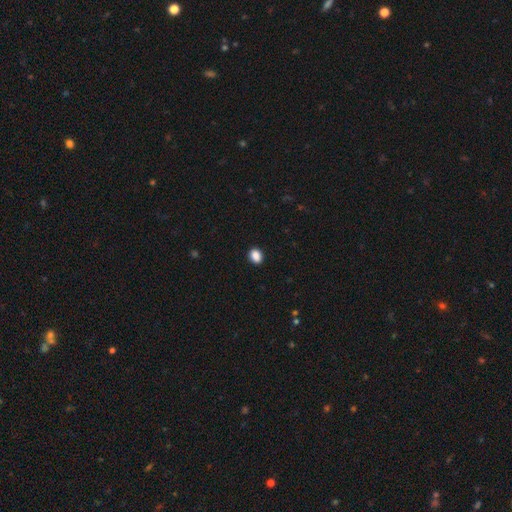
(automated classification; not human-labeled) Morphology: type=smooth (88%); roundness=in between (57%); merging=none (91%).